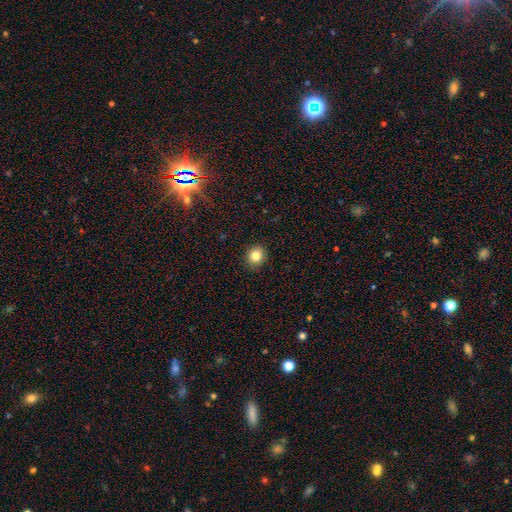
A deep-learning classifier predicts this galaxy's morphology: smooth 82%, star or artifact 11%, featured or disk 7%. Down the decision tree: how rounded — round (82%); merging — none (90%).